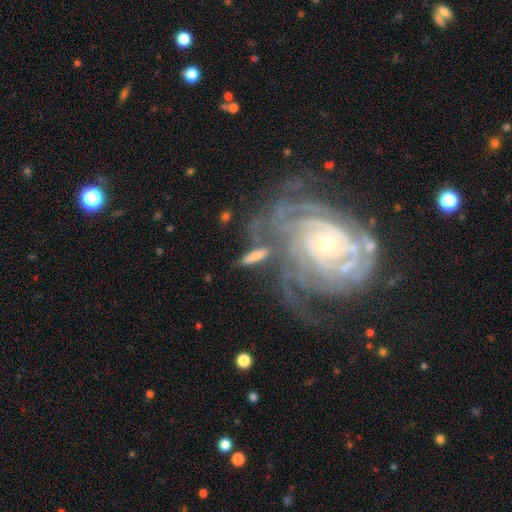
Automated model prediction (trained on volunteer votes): smooth_or_featured: smooth (p=0.50) [alt: featured or disk p=0.42]
how_rounded: cigar-shaped (p=0.58) [alt: in between p=0.38]
merging: none (p=0.58) [alt: minor disturbance p=0.17]